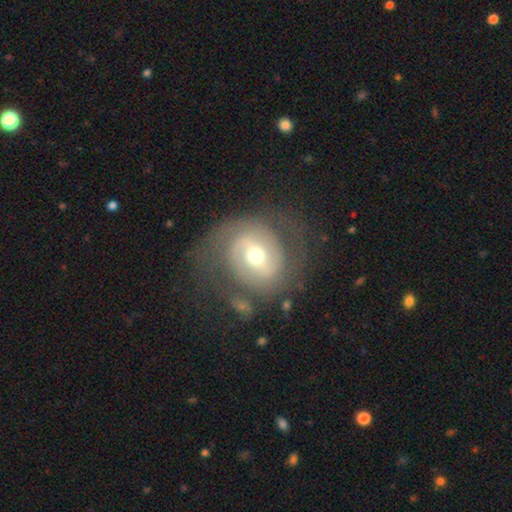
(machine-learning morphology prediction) Q: Smooth or featured?
A: featured or disk (75%); runner-up: smooth (19%)
Q: Edge-on disk?
A: no (97%); runner-up: yes (3%)
Q: Bar?
A: weak (43%); runner-up: no (32%)
Q: Spiral arms?
A: yes (82%); runner-up: no (18%)
Q: Spiral winding?
A: tight (43%); runner-up: medium (39%)
Q: Spiral arm count?
A: 2 (76%); runner-up: can't tell (14%)
Q: Bulge size?
A: moderate (68%); runner-up: small (24%)
Q: Merging?
A: none (68%); runner-up: minor disturbance (16%)